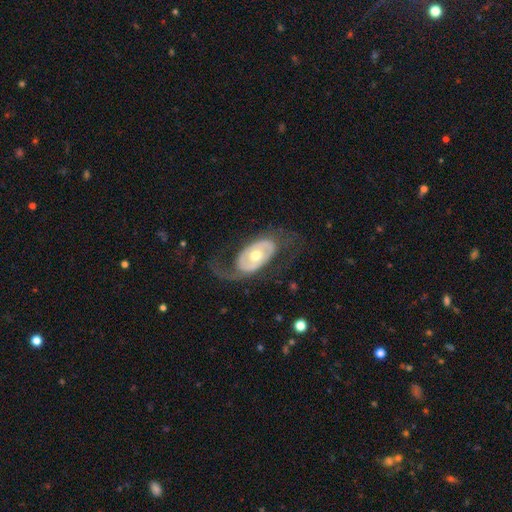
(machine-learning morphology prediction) This is likely a featured or disk galaxy (79%). It is clearly not viewed edge-on (93%). Bar: likely no (67%). Spiral arm pattern: likely yes (71%). Spiral arm count: clearly 2 (82%). Spiral winding: possibly loose (47%). Central bulge: likely moderate (73%). Merging: likely none (63%).